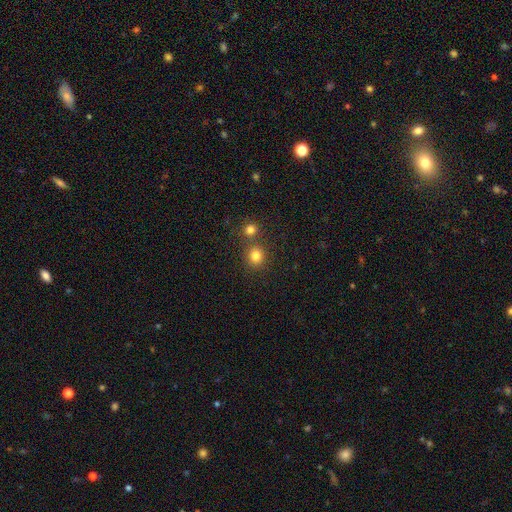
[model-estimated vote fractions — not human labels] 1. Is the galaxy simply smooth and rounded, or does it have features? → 80% smooth, 14% star or artifact, 6% featured or disk.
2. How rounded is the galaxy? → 86% round, 13% in between, 1% cigar-shaped.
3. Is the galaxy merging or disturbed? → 69% none, 21% merger, 7% minor disturbance, 3% major disturbance.